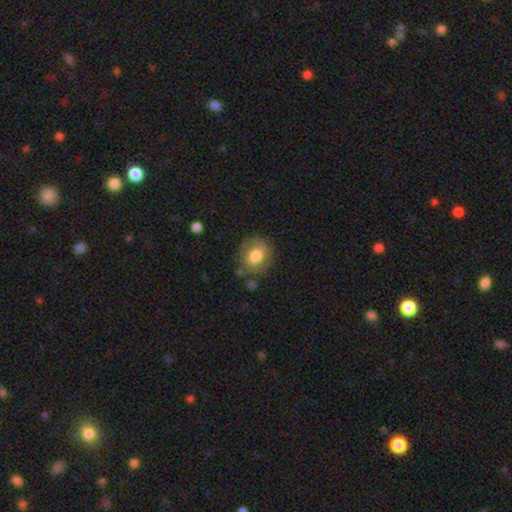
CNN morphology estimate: Smooth or featured? smooth (72%)
How rounded? round (77%)
Merging? none (76%)